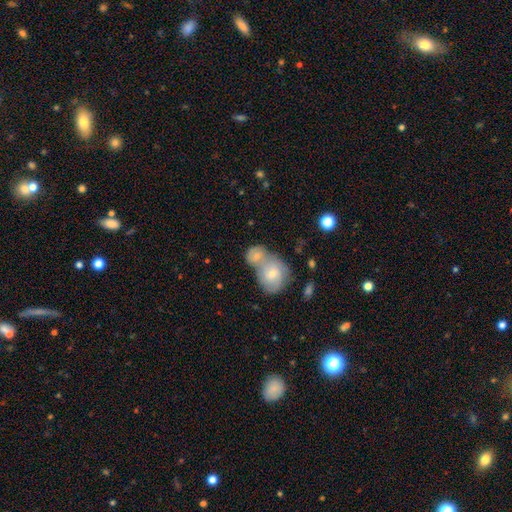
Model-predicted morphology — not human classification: This is likely a smooth galaxy (61%). How rounded: possibly round (55%). Merging: likely merger (70%).